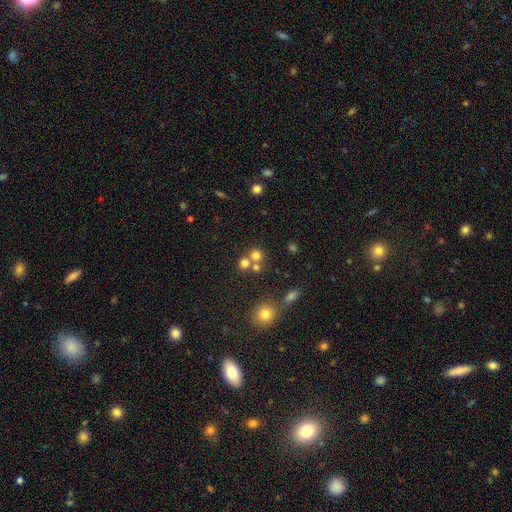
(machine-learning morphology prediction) Smooth or featured? Predicted: smooth (p=0.71). How rounded? Predicted: round (p=0.87). Merging? Predicted: none (p=0.51).